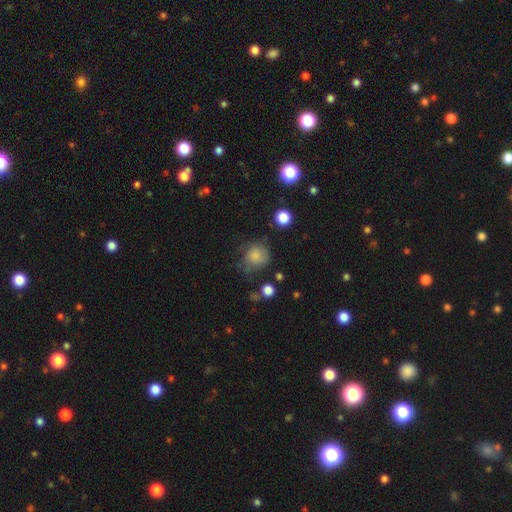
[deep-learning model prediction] smooth_or_featured: smooth (p=0.77) [alt: featured or disk p=0.12]
how_rounded: round (p=0.73) [alt: in between p=0.27]
merging: none (p=0.47) [alt: minor disturbance p=0.30]